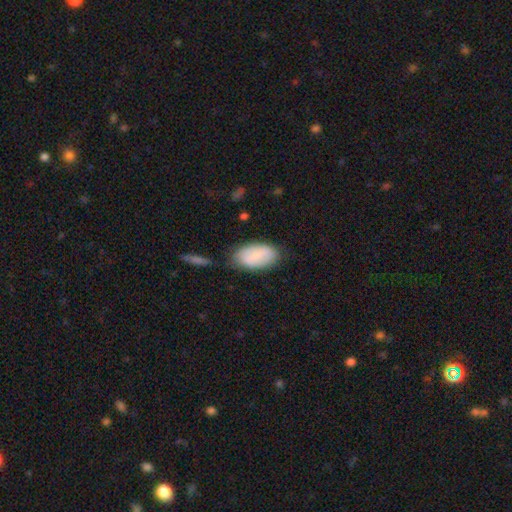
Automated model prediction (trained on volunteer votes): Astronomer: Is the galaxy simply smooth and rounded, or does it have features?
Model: smooth — 79%.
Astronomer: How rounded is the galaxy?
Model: in between — 94%.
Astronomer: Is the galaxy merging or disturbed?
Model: none — 72%.